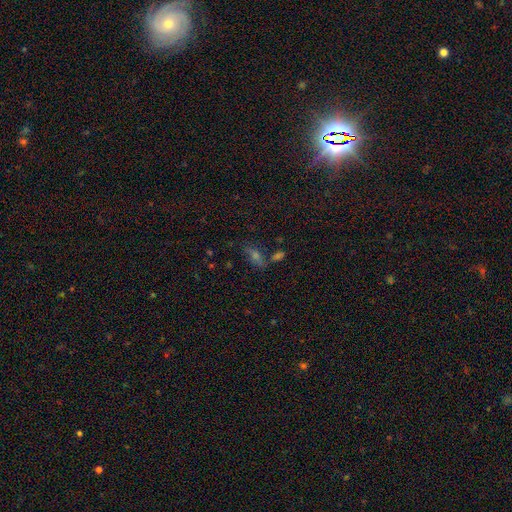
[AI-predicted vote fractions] This appears to be a smooth galaxy with no disk features (40%). Merging: none (58%).